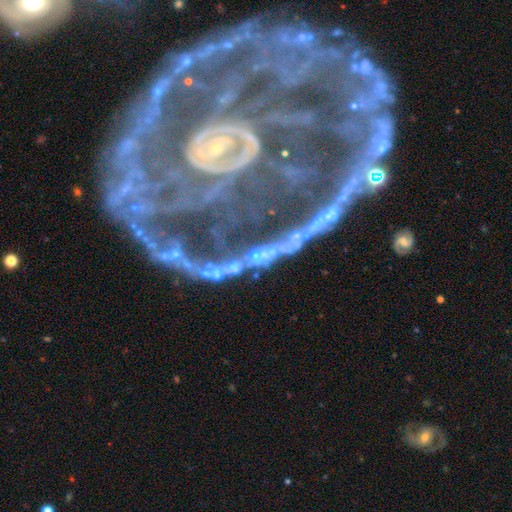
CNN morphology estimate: A featured or disk galaxy (49%).

Vote fractions:
- Smooth or featured? featured or disk: 49% / star or artifact: 33% / smooth: 18%
- Merging? merger: 36% / none: 27% / major disturbance: 25% / minor disturbance: 12%